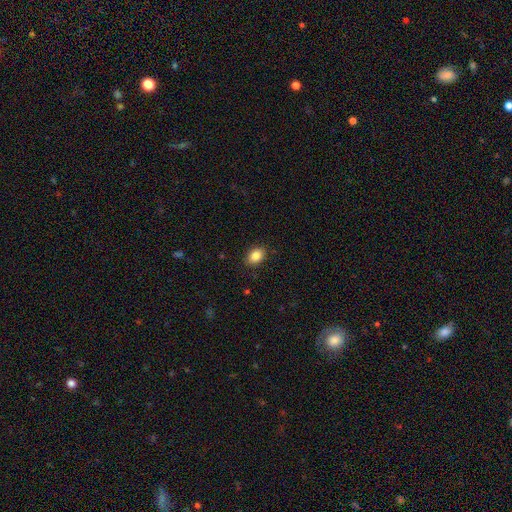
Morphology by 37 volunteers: Overall: smooth (86%). How rounded: in between (81%). Merging: none (88%).